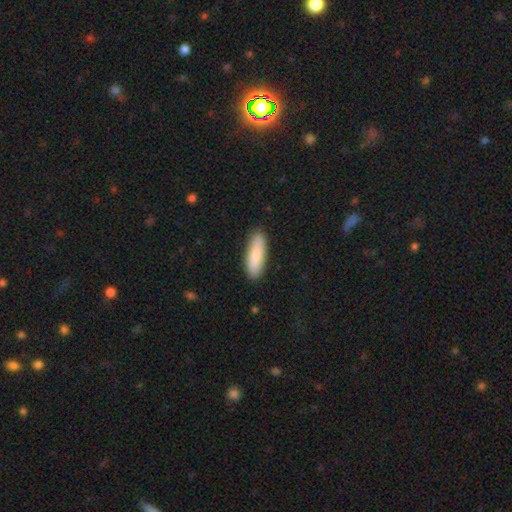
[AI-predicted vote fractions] The model was most divided on "how rounded": in between: 52%, cigar-shaped: 46%, round: 2%. More confident: merging — none (88%); smooth or featured — smooth (83%).